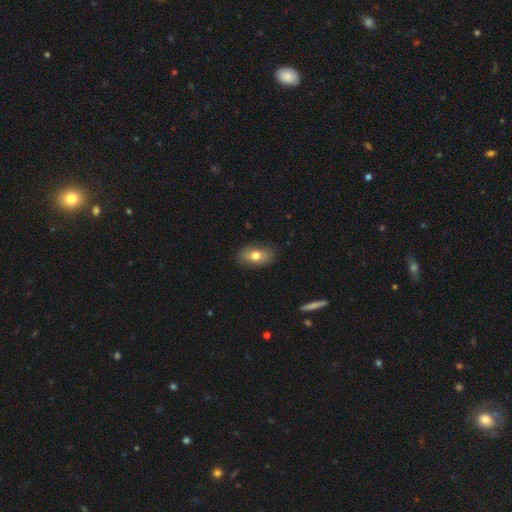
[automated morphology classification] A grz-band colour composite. It shows a smooth galaxy with no disk features (73%) that is in between round and cigar-shaped (88%). Merging: none (84%).